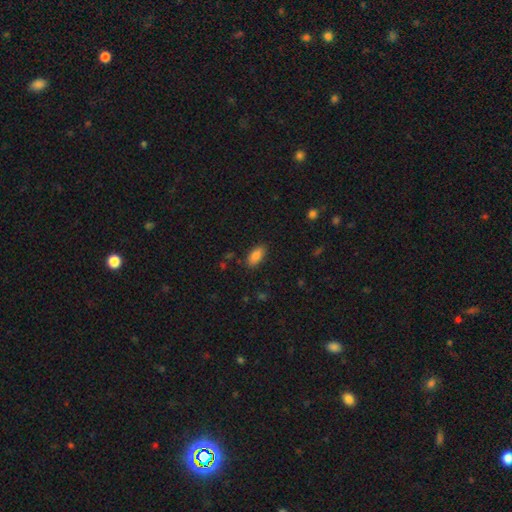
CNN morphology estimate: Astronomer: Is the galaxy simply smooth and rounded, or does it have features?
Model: smooth — 86%.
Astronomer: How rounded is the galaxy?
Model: in between — 91%.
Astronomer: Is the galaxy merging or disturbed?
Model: none — 85%.